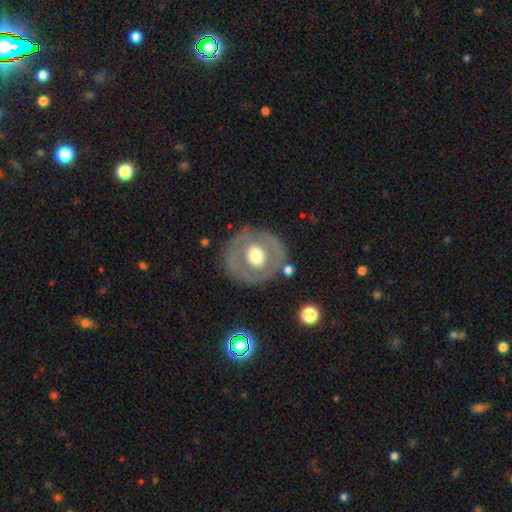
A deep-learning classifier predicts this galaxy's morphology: Q: Smooth or featured?
A: featured or disk (53%); runner-up: smooth (42%)
Q: Edge-on disk?
A: no (95%); runner-up: yes (5%)
Q: Merging?
A: none (78%); runner-up: minor disturbance (11%)